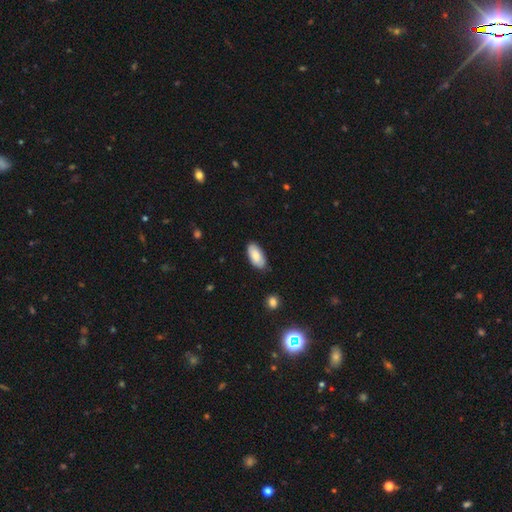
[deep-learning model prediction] A smooth galaxy with no disk features (79%) that is in between round and cigar-shaped (94%). Merging: none (81%).